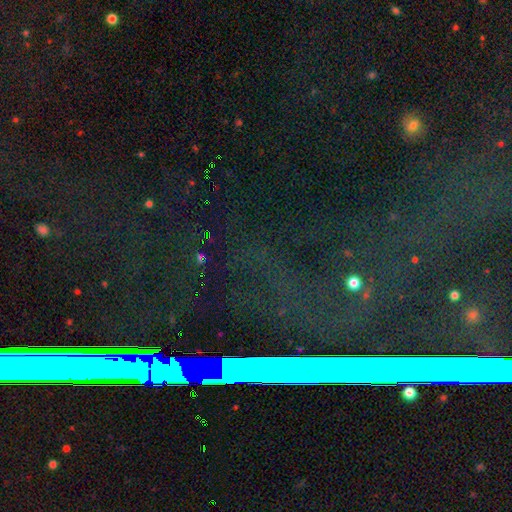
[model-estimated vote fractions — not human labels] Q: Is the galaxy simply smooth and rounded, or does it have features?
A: star or artifact — 77%.